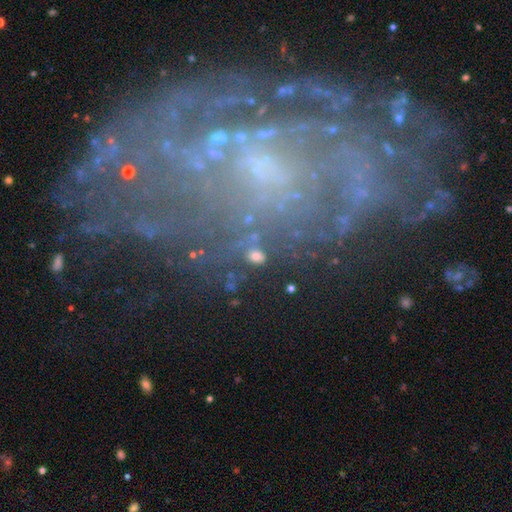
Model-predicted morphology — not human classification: type=smooth (59%); roundness=in between (57%); merging=none (69%).